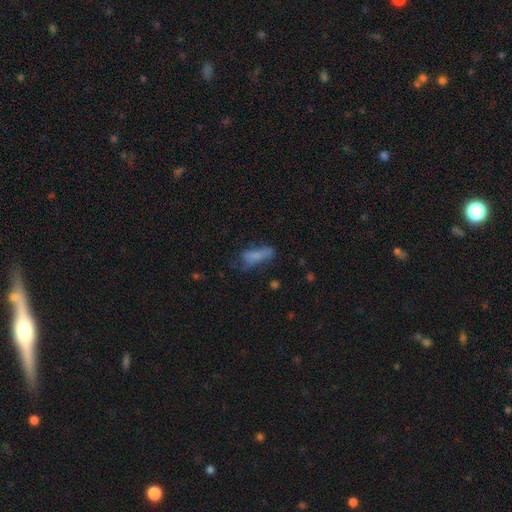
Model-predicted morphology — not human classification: Q: Smooth or featured?
A: smooth (65%); runner-up: featured or disk (23%)
Q: How rounded?
A: in between (55%); runner-up: cigar-shaped (42%)
Q: Merging?
A: none (38%); runner-up: minor disturbance (28%)